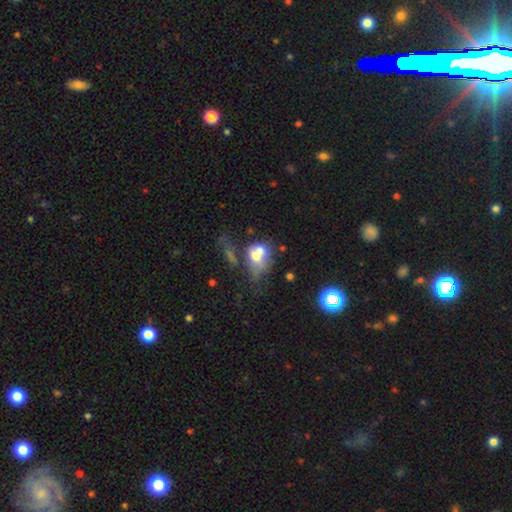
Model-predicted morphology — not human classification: The model was most divided on "smooth or featured": smooth: 54%, featured or disk: 35%, star or artifact: 11%. More confident: how rounded — in between (59%); merging — merger (56%).